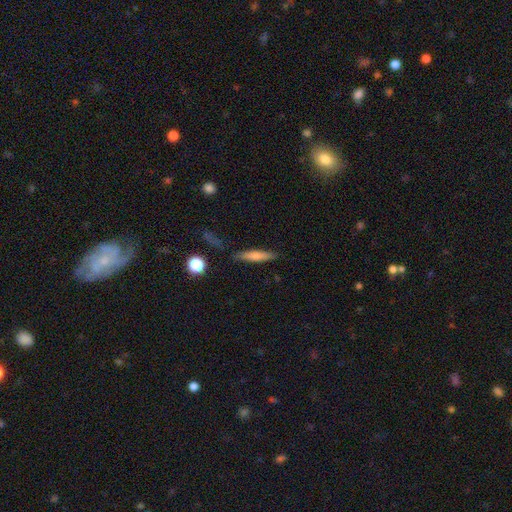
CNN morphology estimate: Smooth or featured: smooth — 65% (featured or disk — 27%)
How rounded: cigar-shaped — 83% (in between — 14%)
Merging: none — 80% (minor disturbance — 13%)